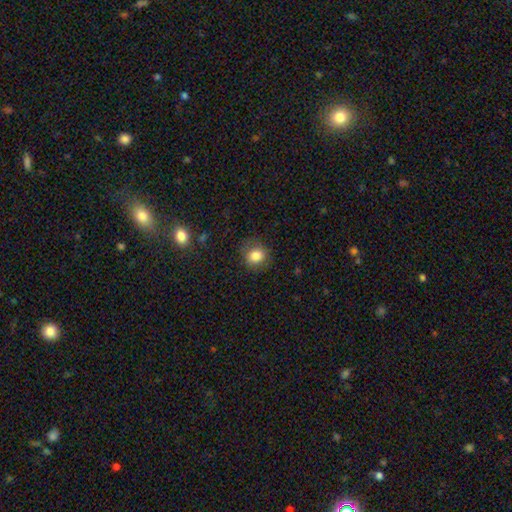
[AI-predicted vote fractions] smooth 83%, star or artifact 10%, featured or disk 7%. Down the decision tree: how rounded — round (75%); merging — none (79%).